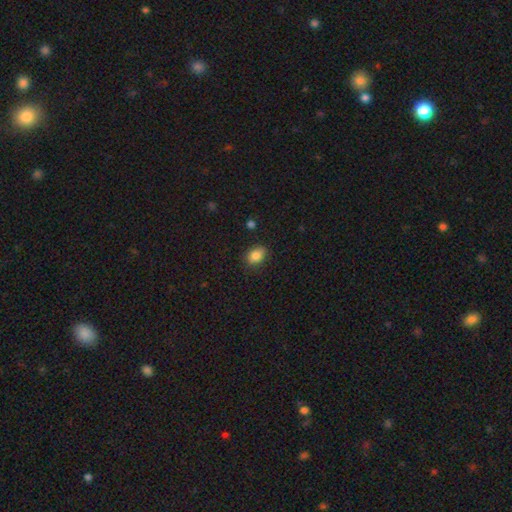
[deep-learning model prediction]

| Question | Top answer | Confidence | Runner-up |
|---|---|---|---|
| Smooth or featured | smooth | 85% | star or artifact (9%) |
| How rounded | in between | 73% | round (26%) |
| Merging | none | 81% | minor disturbance (14%) |